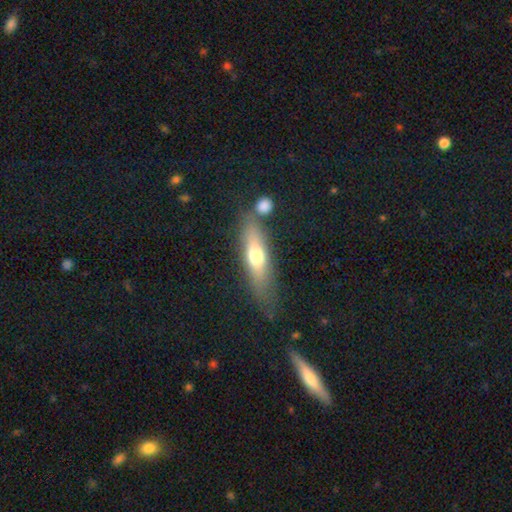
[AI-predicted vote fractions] Morphology: type=smooth (56%); roundness=cigar-shaped (61%); merging=none (64%).